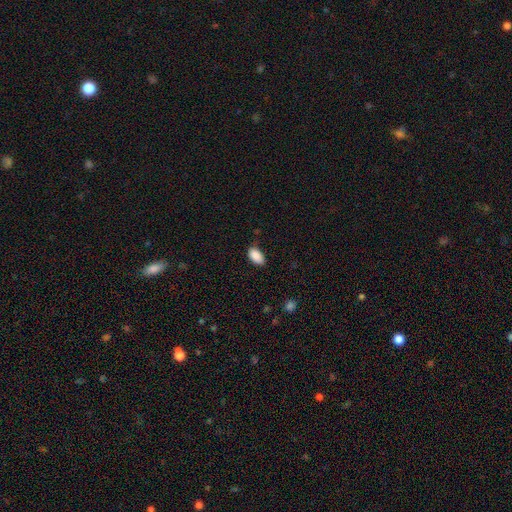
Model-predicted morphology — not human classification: Q: Smooth or featured?
A: smooth (89%); runner-up: star or artifact (8%)
Q: How rounded?
A: in between (94%); runner-up: round (4%)
Q: Merging?
A: none (76%); runner-up: minor disturbance (19%)